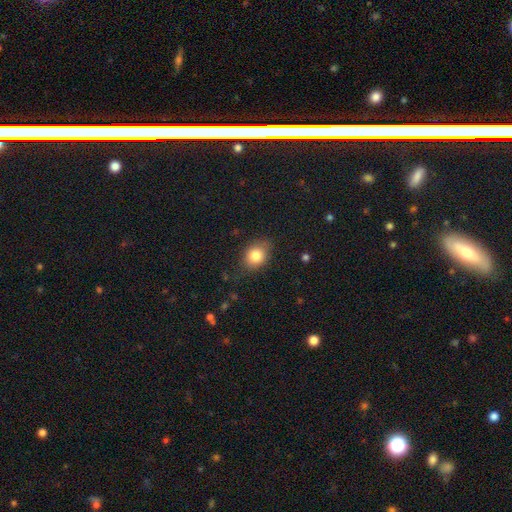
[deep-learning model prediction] Smooth or featured: smooth — 82% (star or artifact — 9%)
How rounded: in between — 58% (round — 41%)
Merging: none — 76% (minor disturbance — 18%)